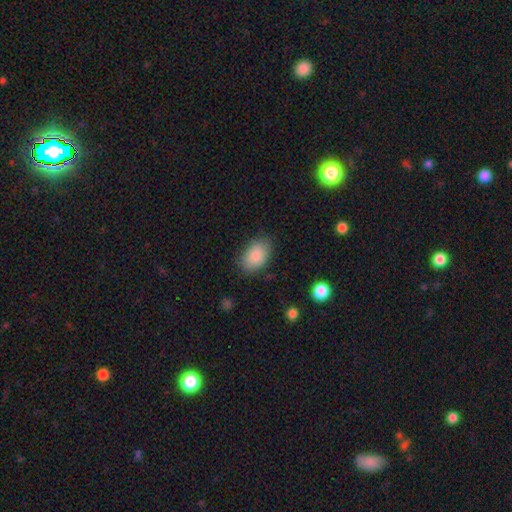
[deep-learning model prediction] smooth 85%, featured or disk 8%, star or artifact 7%. Down the decision tree: how rounded — in between (87%); merging — none (80%).